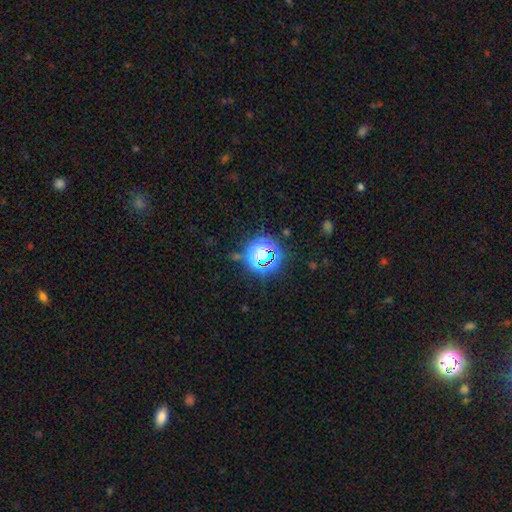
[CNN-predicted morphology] A star or artifact, not a galaxy (75%).